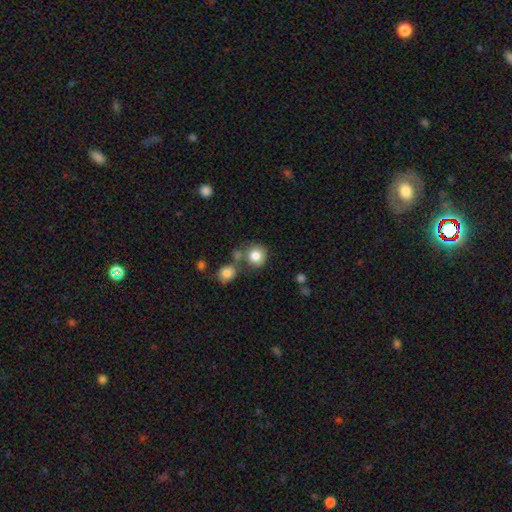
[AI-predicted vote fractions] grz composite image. It shows a smooth galaxy with no disk features (82%) that is round (87%). Merging: none (66%).